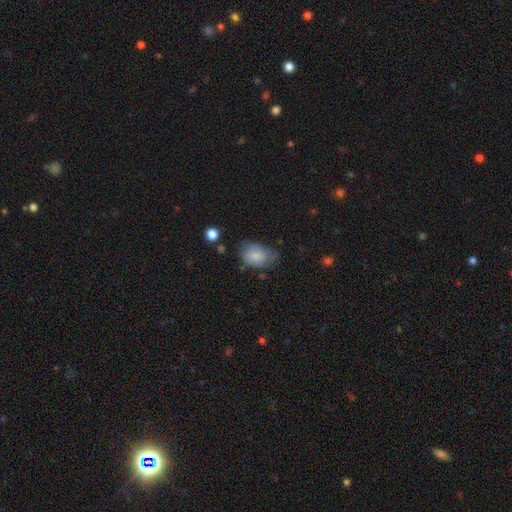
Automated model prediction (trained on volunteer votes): Morphology: type=smooth (81%); roundness=in between (80%); merging=none (50%).